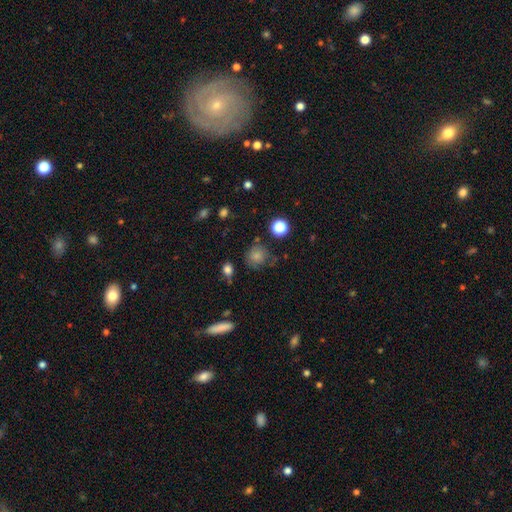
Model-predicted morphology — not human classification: This is likely a smooth galaxy (68%). How rounded: clearly round (87%). Merging: likely none (73%).